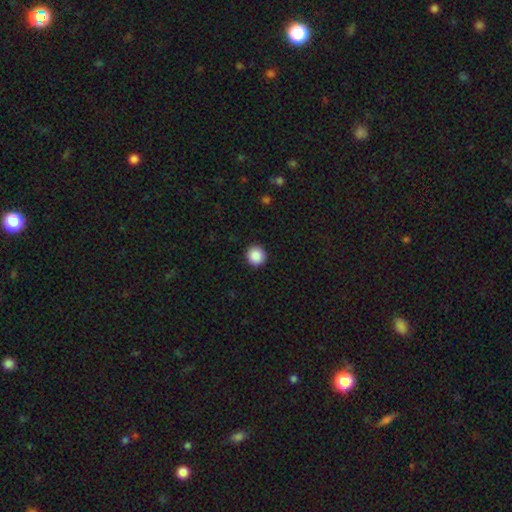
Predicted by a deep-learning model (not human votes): Smooth or featured: smooth — 89% (star or artifact — 8%)
How rounded: round — 94% (in between — 5%)
Merging: none — 92% (minor disturbance — 5%)